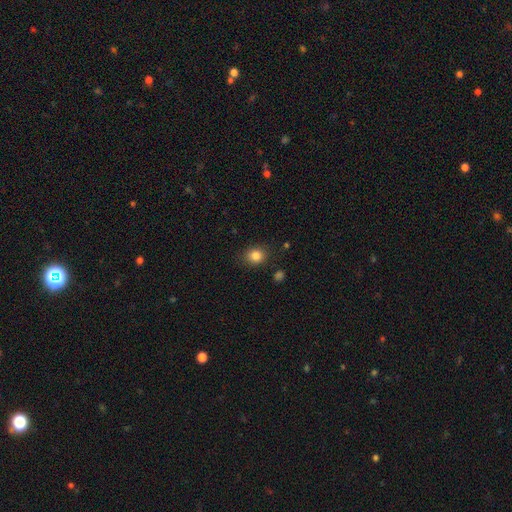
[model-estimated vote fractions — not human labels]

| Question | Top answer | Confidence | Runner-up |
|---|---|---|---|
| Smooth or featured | smooth | 83% | star or artifact (11%) |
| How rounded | round | 68% | in between (31%) |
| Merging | none | 86% | minor disturbance (10%) |